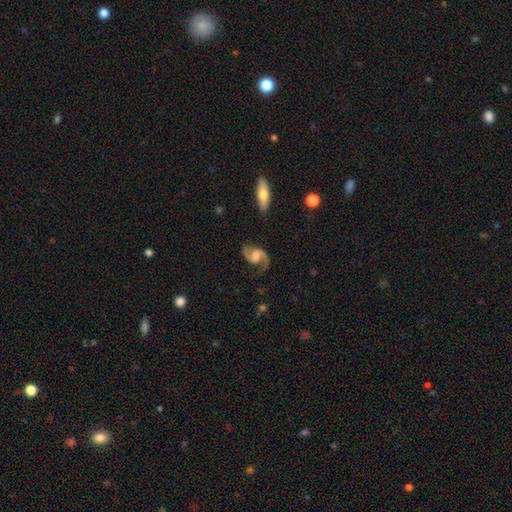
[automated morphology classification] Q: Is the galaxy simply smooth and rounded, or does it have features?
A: featured or disk — 88%.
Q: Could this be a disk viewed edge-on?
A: no — 98%.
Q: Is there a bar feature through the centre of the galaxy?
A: weak — 46%.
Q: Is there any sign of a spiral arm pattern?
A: yes — 97%.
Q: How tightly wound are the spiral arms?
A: medium — 46%.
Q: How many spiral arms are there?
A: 2 — 92%.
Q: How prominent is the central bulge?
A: none — 35%.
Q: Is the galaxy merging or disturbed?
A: none — 75%.